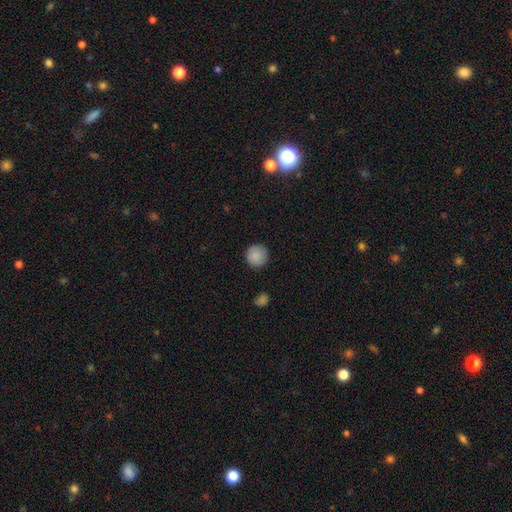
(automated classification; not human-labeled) This appears to be a smooth galaxy with no disk features (88%) that is round (95%). Merging: none (90%).